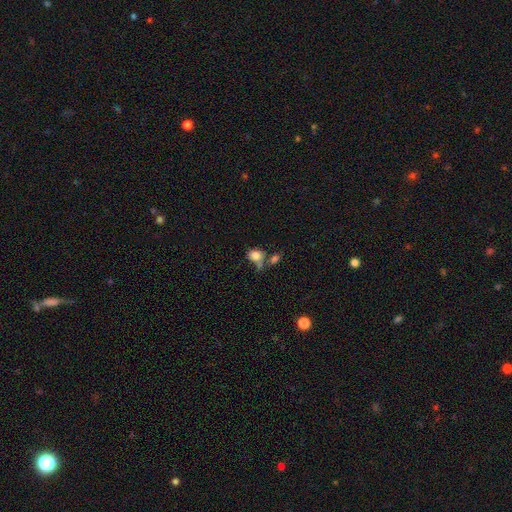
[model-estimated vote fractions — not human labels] This is clearly a smooth galaxy (81%). How rounded: possibly in between (52%). Merging: marginally none (37%).